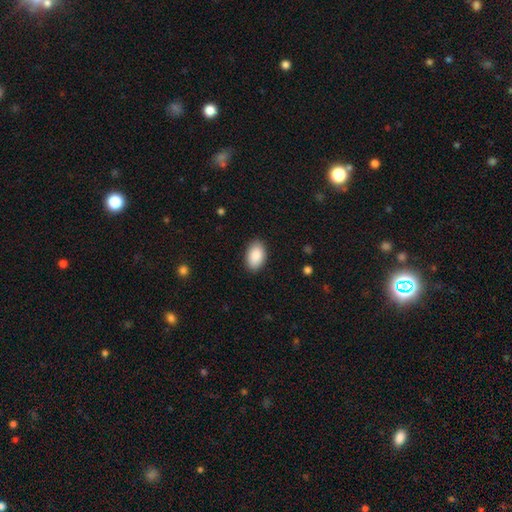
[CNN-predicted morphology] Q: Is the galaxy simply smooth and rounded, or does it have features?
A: smooth — 91%.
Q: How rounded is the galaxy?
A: in between — 93%.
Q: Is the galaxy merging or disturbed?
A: none — 88%.